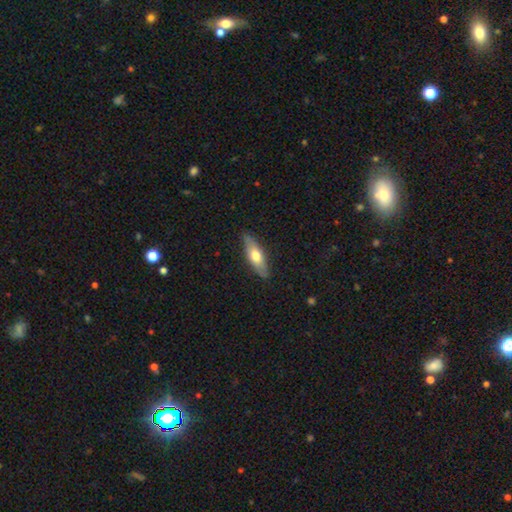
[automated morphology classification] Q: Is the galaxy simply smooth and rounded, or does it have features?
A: smooth — 57%.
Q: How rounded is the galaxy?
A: in between — 51%.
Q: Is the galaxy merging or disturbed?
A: none — 85%.